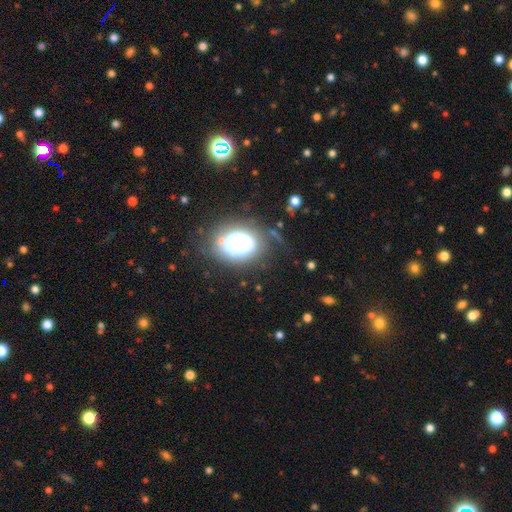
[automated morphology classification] Overall: smooth (59%; star or artifact 32%). How rounded: in between (69%). Merging: none (86%).